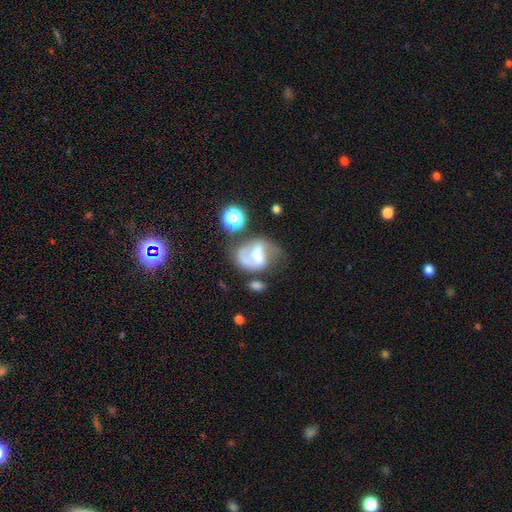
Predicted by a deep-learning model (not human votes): Q: Smooth or featured?
A: featured or disk (56%); runner-up: smooth (32%)
Q: Edge-on disk?
A: no (97%); runner-up: yes (3%)
Q: Bar?
A: no (46%); runner-up: weak (33%)
Q: Spiral arms?
A: yes (58%); runner-up: no (42%)
Q: Bulge size?
A: none (40%); runner-up: moderate (22%)
Q: Merging?
A: major disturbance (33%); runner-up: none (28%)